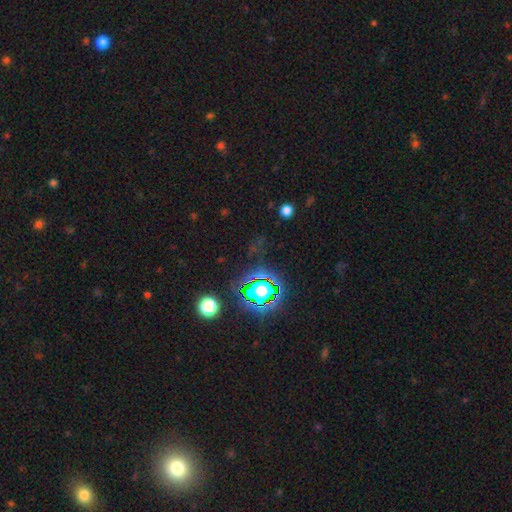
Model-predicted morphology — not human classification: smooth_or_featured: star or artifact (p=0.79) [alt: smooth p=0.13]